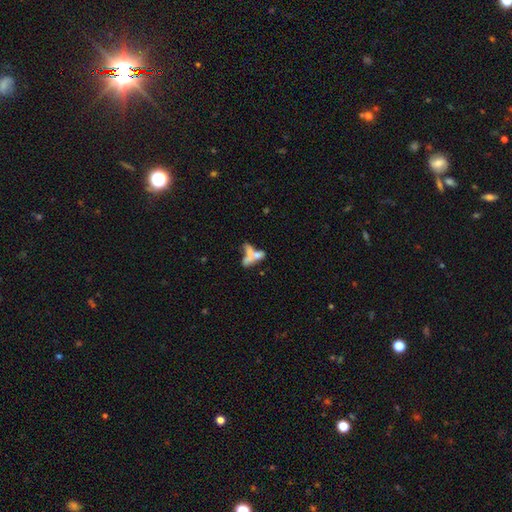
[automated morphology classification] This appears to be a smooth galaxy with no disk features (47%). Merging: merger (59%).